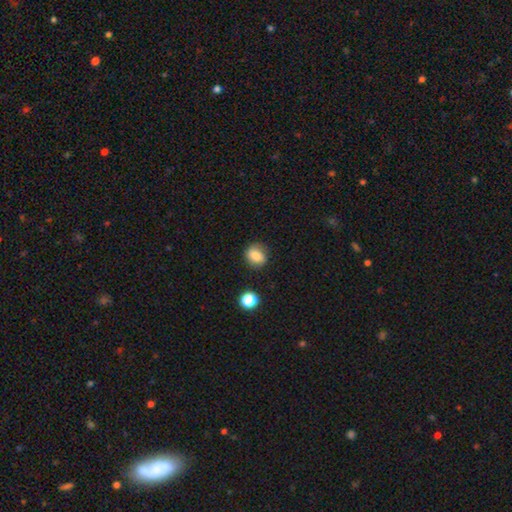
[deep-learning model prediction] Overall: smooth (78%). How rounded: round (62%; in between 37%). Merging: none (77%).